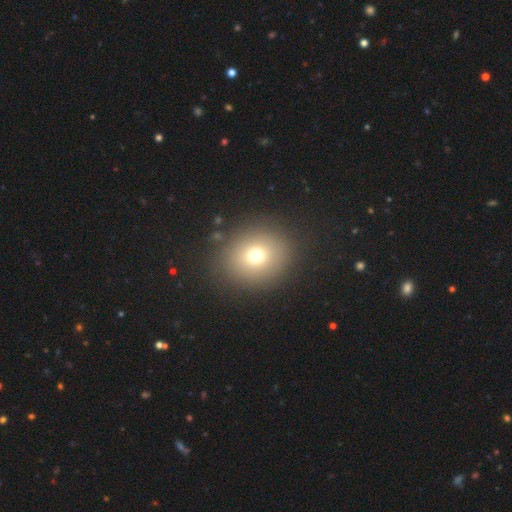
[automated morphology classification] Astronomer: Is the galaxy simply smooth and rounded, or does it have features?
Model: smooth — 71%.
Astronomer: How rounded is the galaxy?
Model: round — 79%.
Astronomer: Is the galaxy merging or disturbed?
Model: none — 86%.